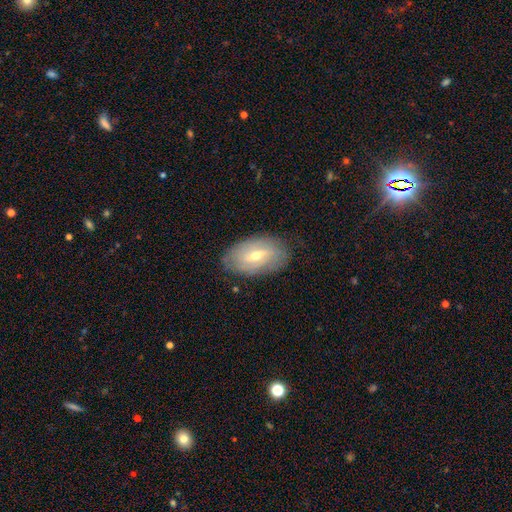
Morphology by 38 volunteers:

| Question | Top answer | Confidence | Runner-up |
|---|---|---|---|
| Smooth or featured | featured or disk | 63% | smooth (32%) |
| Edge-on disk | no | 83% | yes (17%) |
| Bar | weak | 45% | no (35%) |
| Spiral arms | yes | 60% | no (40%) |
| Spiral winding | tight | 42% | tied: medium (42%) |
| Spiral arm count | can't tell | 58% | 1 (17%) |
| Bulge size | small | 55% | moderate (45%) |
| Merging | none | 78% | minor disturbance (19%) |